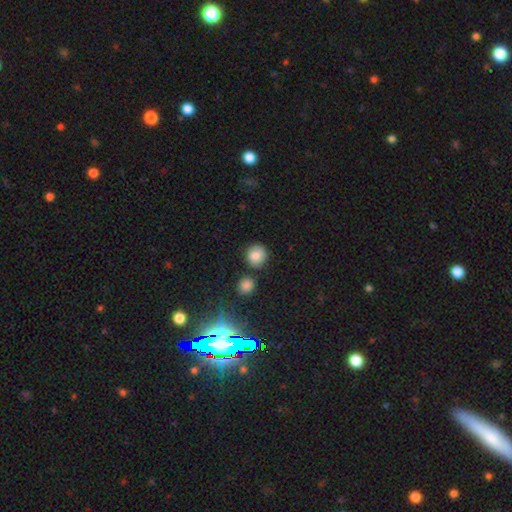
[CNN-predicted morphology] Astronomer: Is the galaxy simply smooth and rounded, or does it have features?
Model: smooth — 83%.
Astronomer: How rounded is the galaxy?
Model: round — 85%.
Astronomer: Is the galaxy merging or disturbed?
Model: none — 79%.